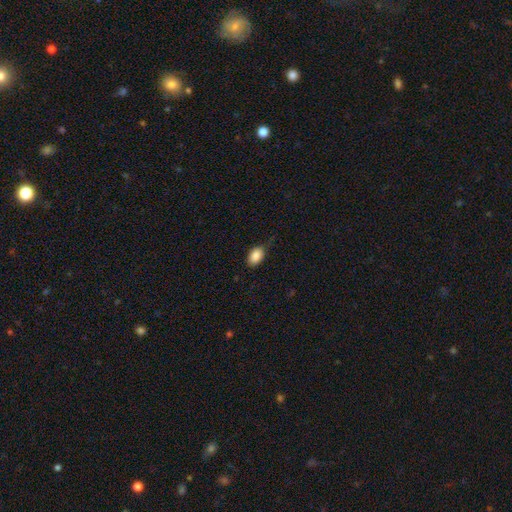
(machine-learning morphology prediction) smooth-or-featured: smooth: 88% | star or artifact: 8% | featured or disk: 5%
  how-rounded: in between: 86% | round: 13% | cigar-shaped: 1%
  merging: none: 73% | minor disturbance: 22% | major disturbance: 4% | merger: 1%